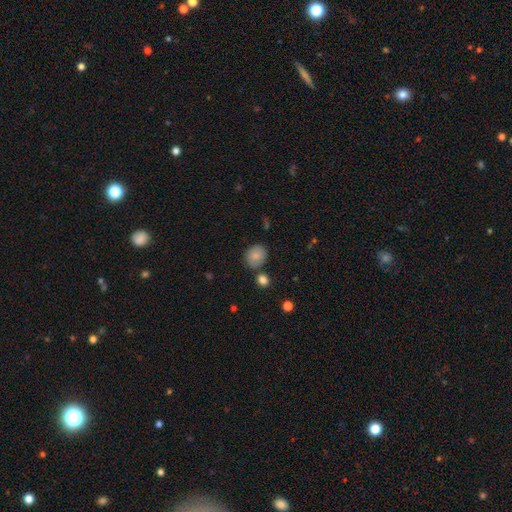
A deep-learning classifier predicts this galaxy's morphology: Smooth or featured?
  - smooth: 83% *
  - star or artifact: 9%
  - featured or disk: 8%
How rounded?
  - round: 74% *
  - in between: 25%
  - cigar-shaped: 1%
Merging?
  - none: 78% *
  - minor disturbance: 13%
  - merger: 7%
  - major disturbance: 3%